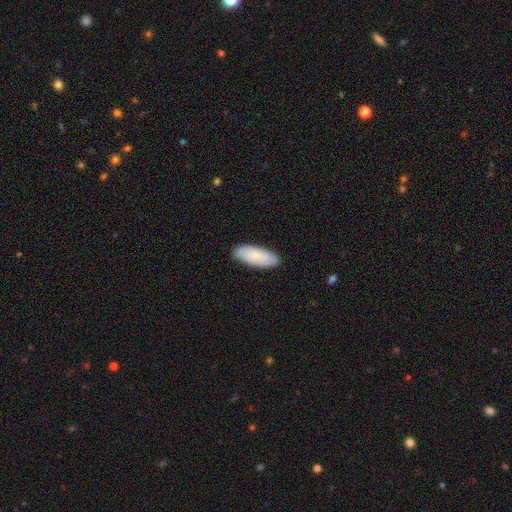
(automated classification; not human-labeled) Morphology: type=smooth (83%); roundness=in between (74%); merging=none (88%).